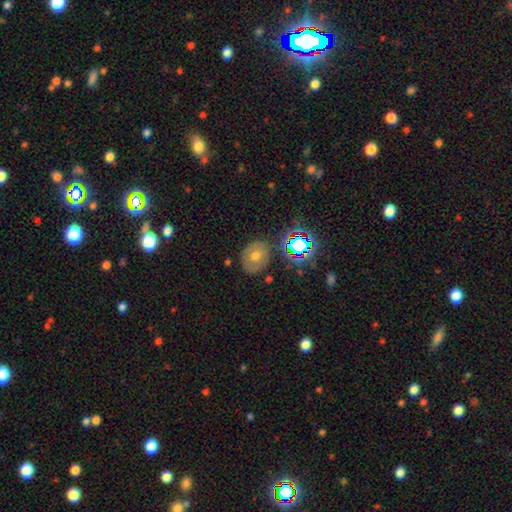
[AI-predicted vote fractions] Smooth or featured?
  - smooth: 53% *
  - featured or disk: 27%
  - star or artifact: 20%
How rounded?
  - round: 53% *
  - in between: 46%
  - cigar-shaped: 1%
Merging?
  - none: 79% *
  - minor disturbance: 14%
  - major disturbance: 4%
  - merger: 3%